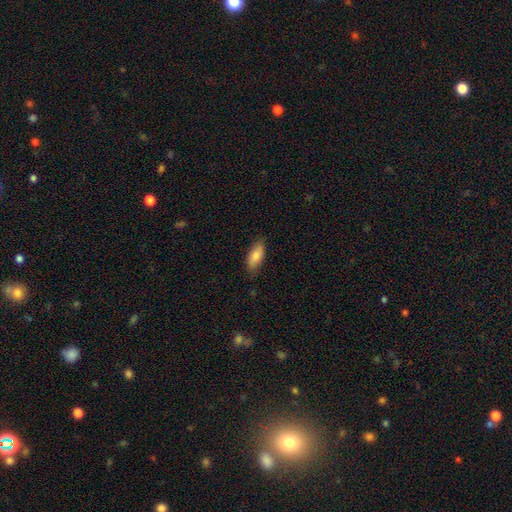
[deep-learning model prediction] smooth_or_featured: smooth (p=0.82) [alt: featured or disk p=0.12]
how_rounded: in between (p=0.84) [alt: cigar-shaped p=0.13]
merging: none (p=0.81) [alt: minor disturbance p=0.16]